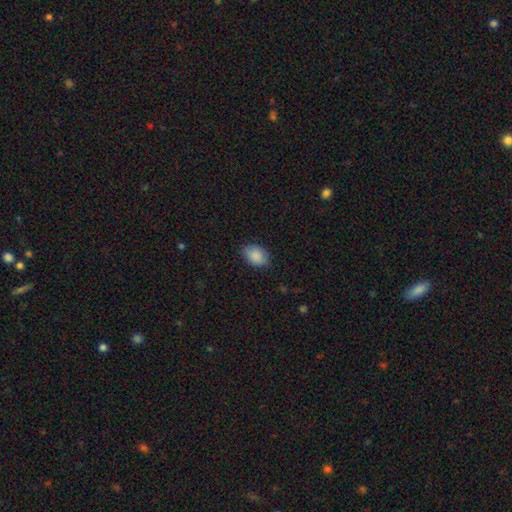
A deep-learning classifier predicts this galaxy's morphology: Smooth or featured: smooth — 89% (star or artifact — 7%)
How rounded: in between — 83% (round — 16%)
Merging: none — 82% (minor disturbance — 15%)